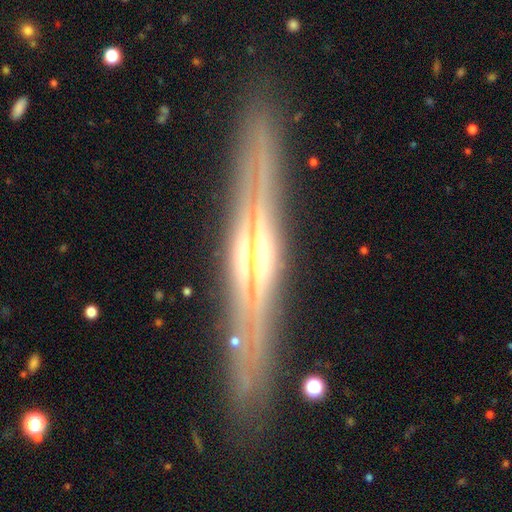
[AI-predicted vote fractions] Q: Smooth or featured?
A: featured or disk (86%); runner-up: smooth (7%)
Q: Edge-on disk?
A: yes (96%); runner-up: no (4%)
Q: Edge-on bulge?
A: rounded (78%); runner-up: boxy (13%)
Q: Merging?
A: none (86%); runner-up: minor disturbance (9%)